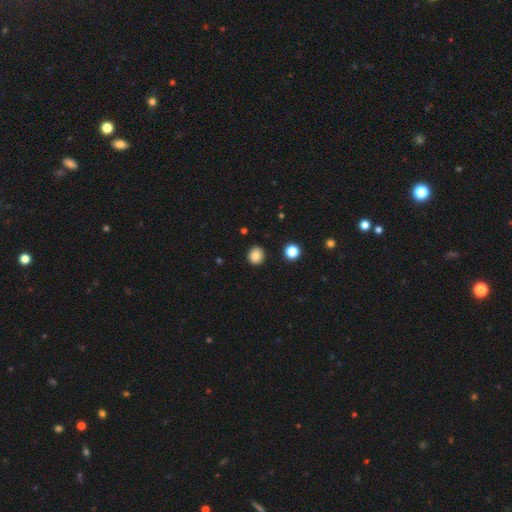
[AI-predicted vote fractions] The model was most divided on "how rounded": round: 80%, in between: 19%, cigar-shaped: 1%. More confident: merging — none (89%); smooth or featured — smooth (85%).